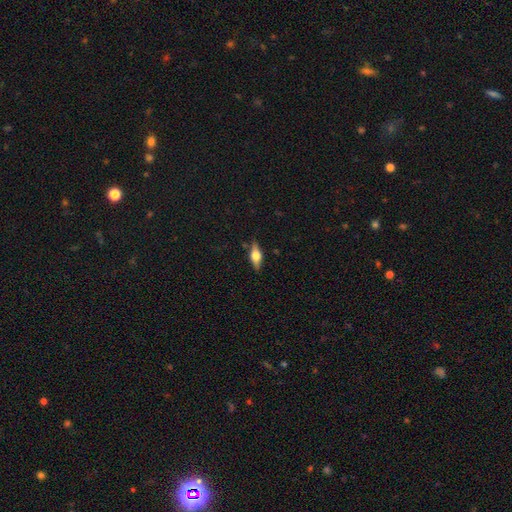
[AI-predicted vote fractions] A featured or disk galaxy (51%) viewed edge-on (92%). Merging: none (84%).